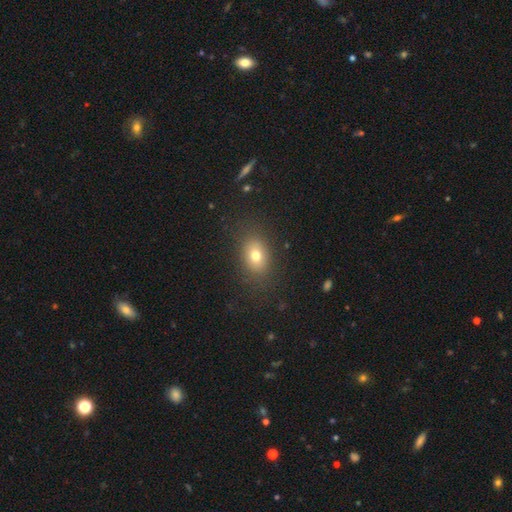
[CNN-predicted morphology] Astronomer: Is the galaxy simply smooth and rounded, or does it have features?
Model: smooth — 75%.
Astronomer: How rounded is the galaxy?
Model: in between — 69%.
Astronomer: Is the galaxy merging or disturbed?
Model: none — 83%.